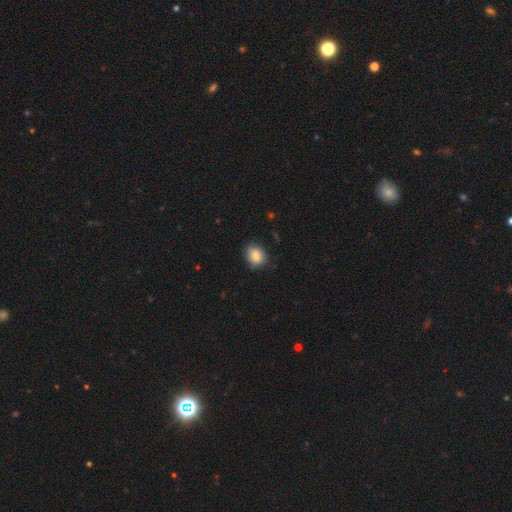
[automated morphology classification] smooth_or_featured: smooth (p=0.87) [alt: star or artifact p=0.08]
how_rounded: round (p=0.53) [alt: in between p=0.46]
merging: none (p=0.80) [alt: minor disturbance p=0.16]